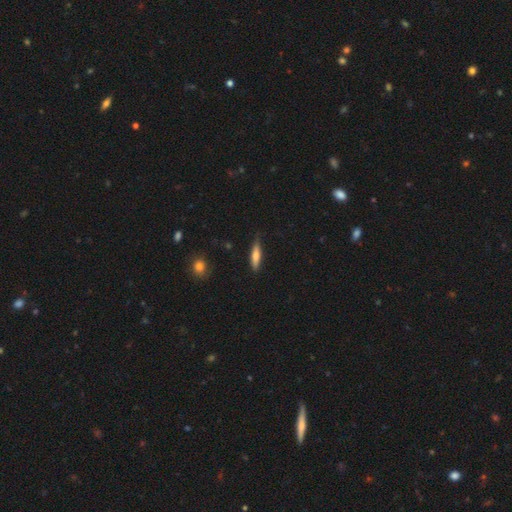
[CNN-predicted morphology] smooth 65%, featured or disk 29%, star or artifact 6%. Down the decision tree: how rounded — cigar-shaped (77%); merging — none (81%).